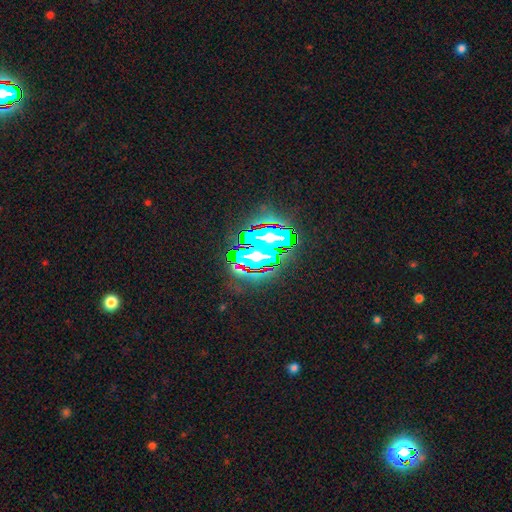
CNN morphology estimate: Smooth or featured? star or artifact (68%)